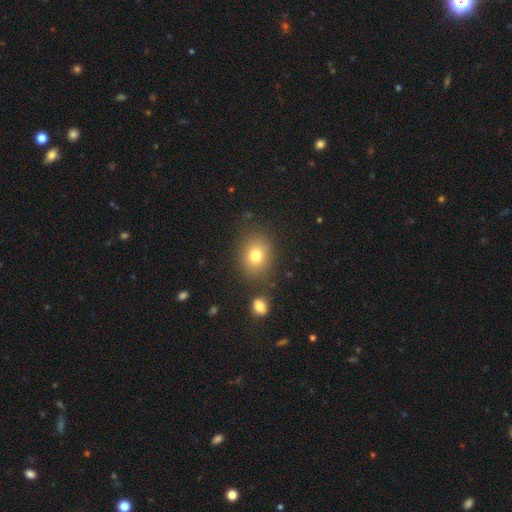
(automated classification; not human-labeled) Smooth or featured?
  - smooth: 78% *
  - star or artifact: 12%
  - featured or disk: 10%
How rounded?
  - round: 57% *
  - in between: 42%
  - cigar-shaped: 1%
Merging?
  - none: 80% *
  - minor disturbance: 10%
  - merger: 6%
  - major disturbance: 4%